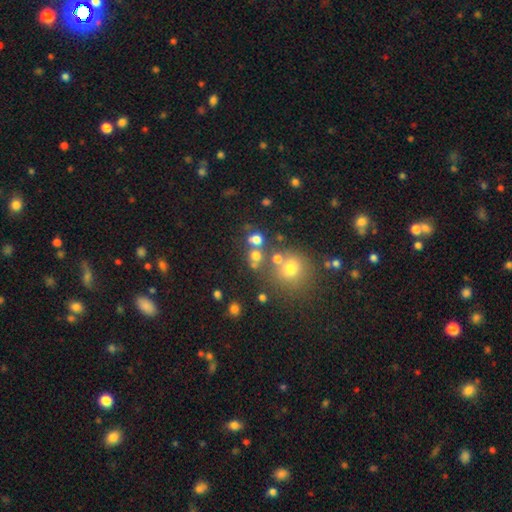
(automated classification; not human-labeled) Smooth or featured? Predicted: smooth (p=0.67). How rounded? Predicted: round (p=0.81). Merging? Predicted: none (p=0.57).